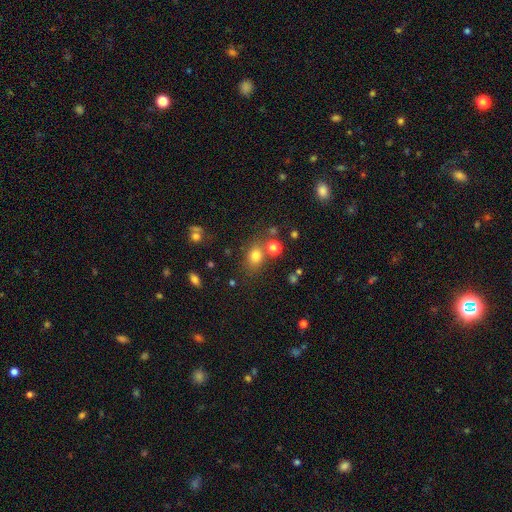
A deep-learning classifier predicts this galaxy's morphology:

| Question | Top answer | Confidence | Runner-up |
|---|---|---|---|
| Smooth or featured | smooth | 76% | star or artifact (15%) |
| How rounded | in between | 51% | round (47%) |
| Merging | none | 70% | minor disturbance (13%) |